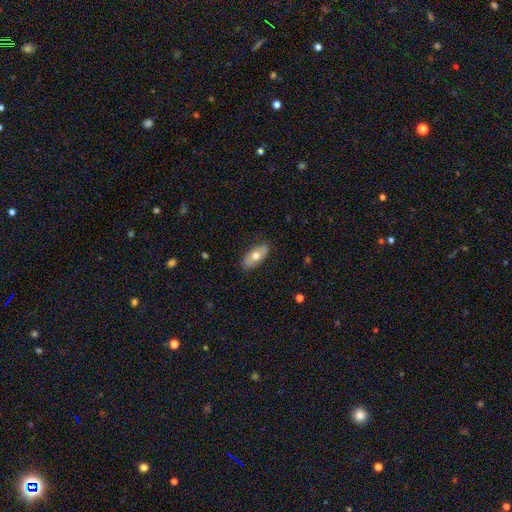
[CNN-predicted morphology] Smooth or featured: smooth — 65% (featured or disk — 29%)
How rounded: in between — 87% (cigar-shaped — 10%)
Merging: none — 84% (minor disturbance — 12%)